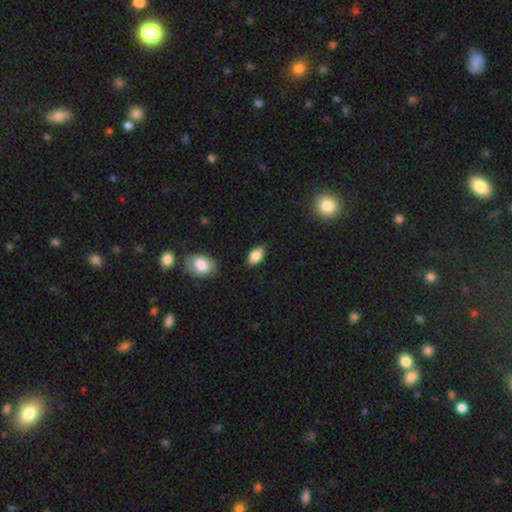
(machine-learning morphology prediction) Overall: smooth (80%). How rounded: in between (90%). Merging: none (83%).